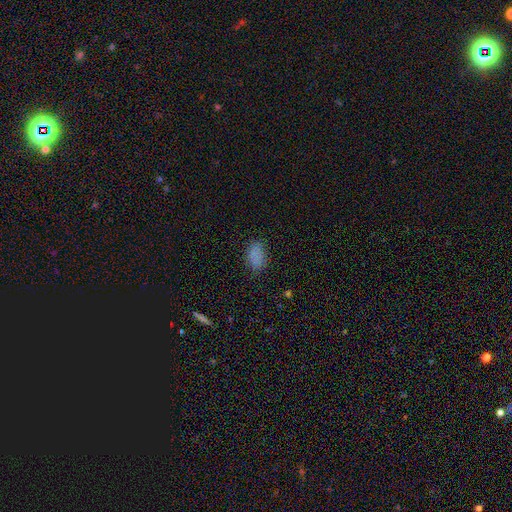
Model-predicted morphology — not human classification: smooth 83%, star or artifact 12%, featured or disk 5%. Down the decision tree: how rounded — in between (90%); merging — none (79%).